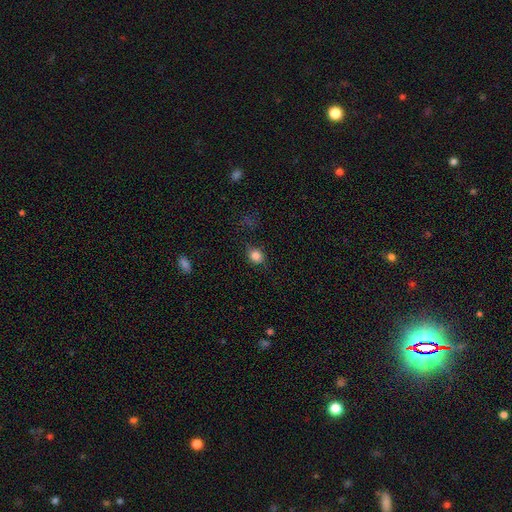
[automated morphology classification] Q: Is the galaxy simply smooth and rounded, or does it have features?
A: smooth — 84%.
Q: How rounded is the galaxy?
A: round — 65%.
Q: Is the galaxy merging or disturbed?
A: none — 77%.